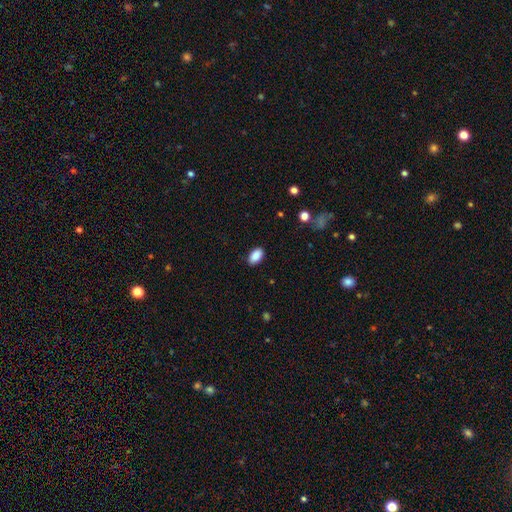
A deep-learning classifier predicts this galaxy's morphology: Smooth or featured? smooth (90%)
How rounded? in between (93%)
Merging? none (87%)